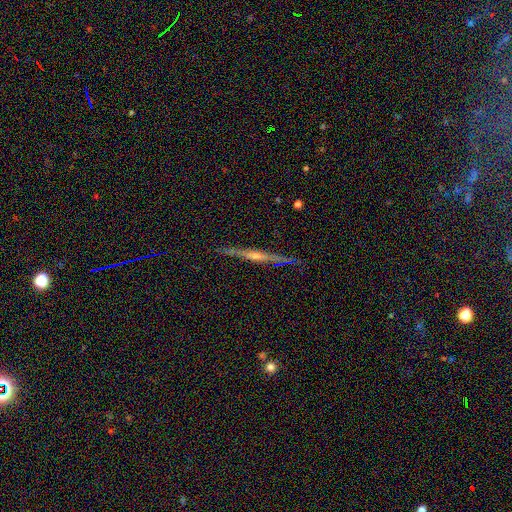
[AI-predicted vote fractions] A featured or disk galaxy (74%) viewed edge-on (98%) with a rounded central bulge (64%).

Vote fractions:
- Smooth or featured? featured or disk: 74% / smooth: 19% / star or artifact: 7%
- Edge-on disk? yes: 98% / no: 2%
- Edge-on bulge? rounded: 64% / none: 25% / boxy: 12%
- Merging? none: 89% / minor disturbance: 8% / major disturbance: 2% / merger: 1%